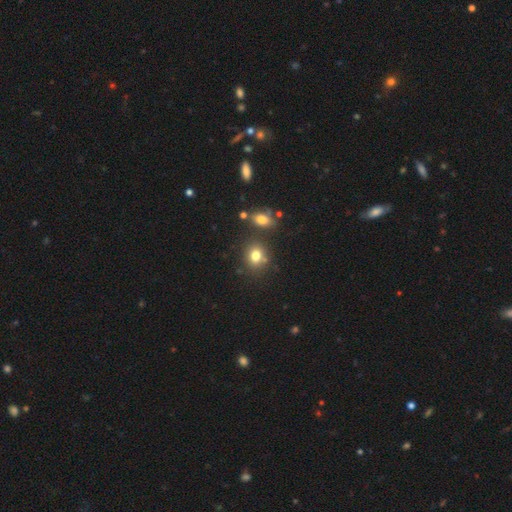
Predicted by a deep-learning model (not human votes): smooth-or-featured: smooth: 78% | star or artifact: 13% | featured or disk: 9%
  how-rounded: round: 67% | in between: 32% | cigar-shaped: 1%
  merging: none: 71% | merger: 13% | minor disturbance: 12% | major disturbance: 4%